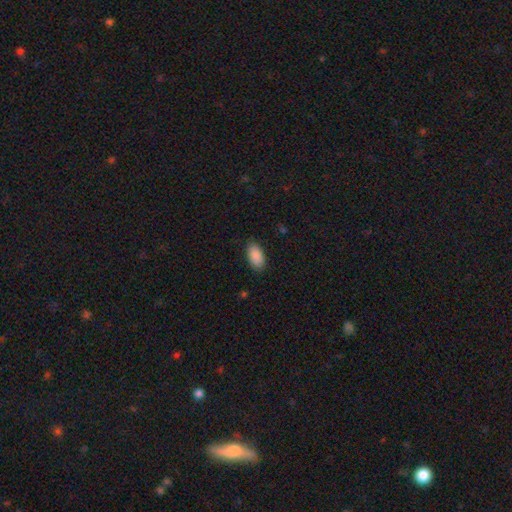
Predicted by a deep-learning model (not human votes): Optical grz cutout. It shows a smooth galaxy with no disk features (90%) that is in between round and cigar-shaped (94%). Merging: none (86%).